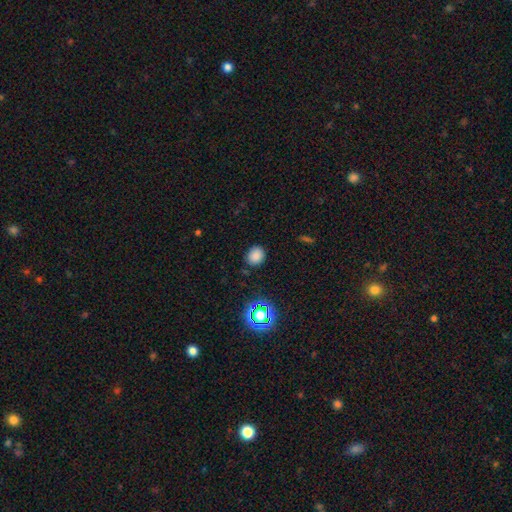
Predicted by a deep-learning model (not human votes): smooth-or-featured: smooth: 81% | star or artifact: 15% | featured or disk: 4%
  how-rounded: round: 67% | in between: 32% | cigar-shaped: 1%
  merging: none: 85% | minor disturbance: 10% | major disturbance: 3% | merger: 2%